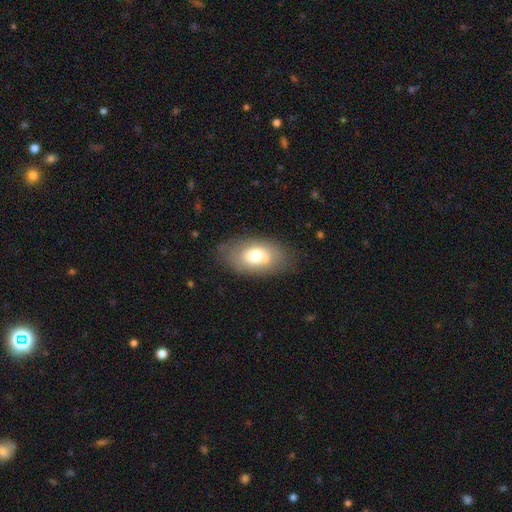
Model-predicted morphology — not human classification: A smooth galaxy with no disk features (67%) that is in between round and cigar-shaped (90%).

Vote fractions:
- Smooth or featured? smooth: 67% / featured or disk: 25% / star or artifact: 8%
- How rounded? in between: 90% / round: 9% / cigar-shaped: 2%
- Merging? none: 76% / minor disturbance: 16% / major disturbance: 6% / merger: 2%